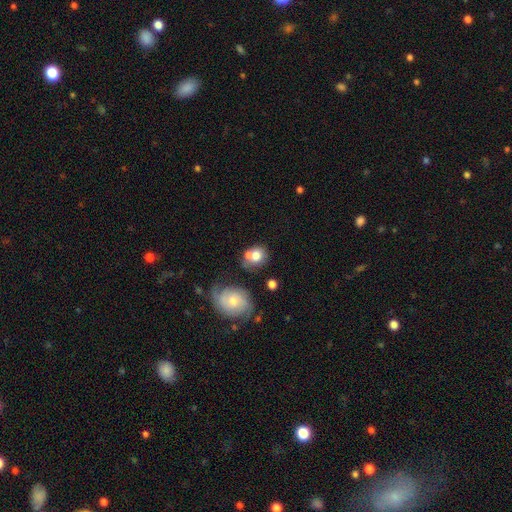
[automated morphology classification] Smooth or featured: smooth — 71% (featured or disk — 20%)
How rounded: round — 67% (in between — 32%)
Merging: none — 43% (merger — 35%)